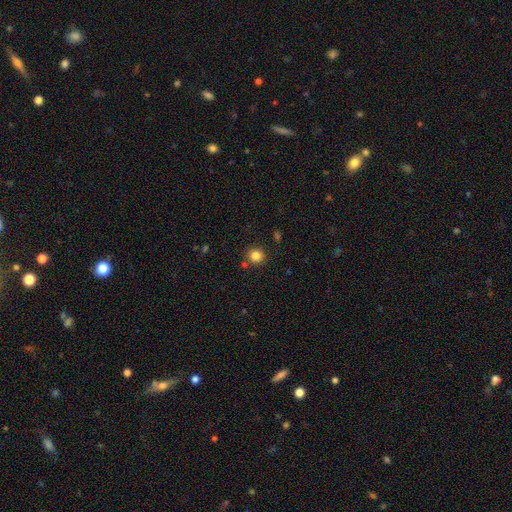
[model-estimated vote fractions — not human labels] This appears to be a smooth galaxy with no disk features (83%) that is round (86%). Merging: none (83%).